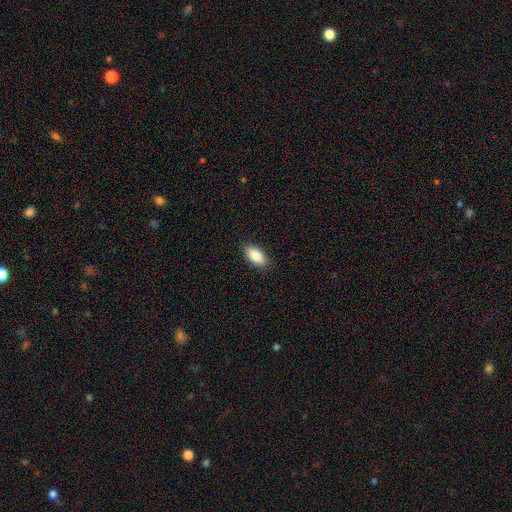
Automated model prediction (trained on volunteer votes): Smooth or featured? Predicted: smooth (p=0.86). How rounded? Predicted: in between (p=0.90). Merging? Predicted: none (p=0.89).